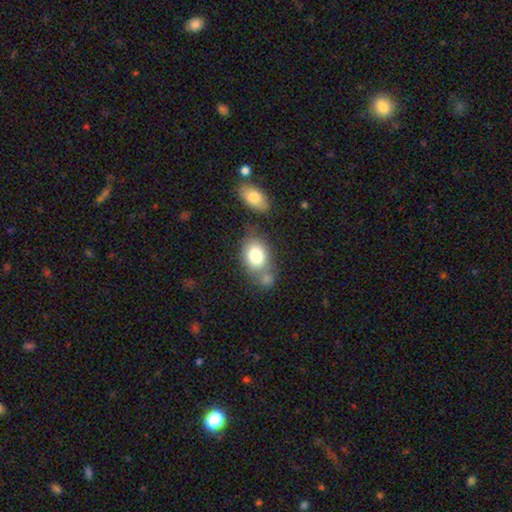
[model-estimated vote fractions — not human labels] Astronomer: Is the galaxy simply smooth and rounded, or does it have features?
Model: smooth — 80%.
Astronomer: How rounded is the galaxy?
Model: in between — 74%.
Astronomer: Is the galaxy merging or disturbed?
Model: none — 48% (runner-up: merger, 31%).